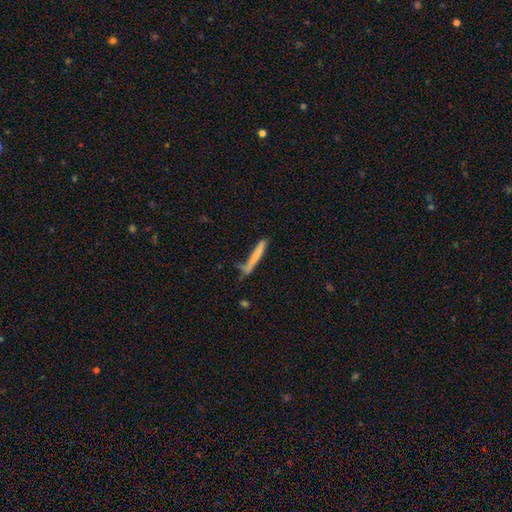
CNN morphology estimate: smooth_or_featured: smooth (p=0.68) [alt: featured or disk p=0.25]
how_rounded: cigar-shaped (p=0.95) [alt: in between p=0.03]
merging: none (p=0.59) [alt: minor disturbance p=0.24]